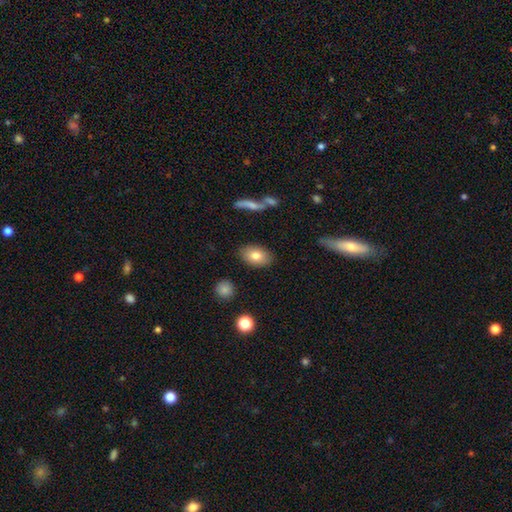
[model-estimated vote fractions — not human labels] Overall: smooth (78%). How rounded: in between (87%). Merging: none (85%).